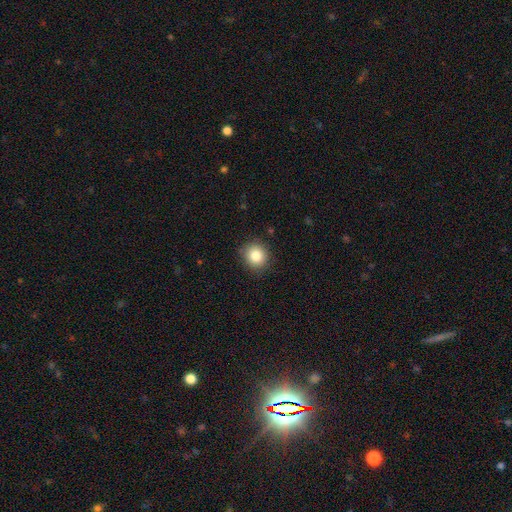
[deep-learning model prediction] A smooth galaxy with no disk features (83%) that is round (89%). Merging: none (88%).